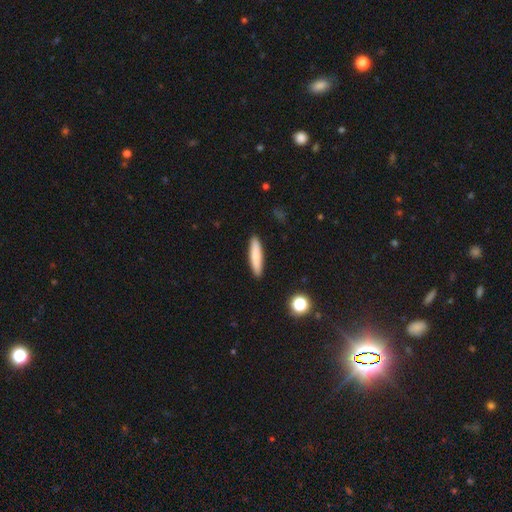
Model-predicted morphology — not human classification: A smooth galaxy with no disk features (82%) that is cigar-shaped (82%). Merging: none (91%).